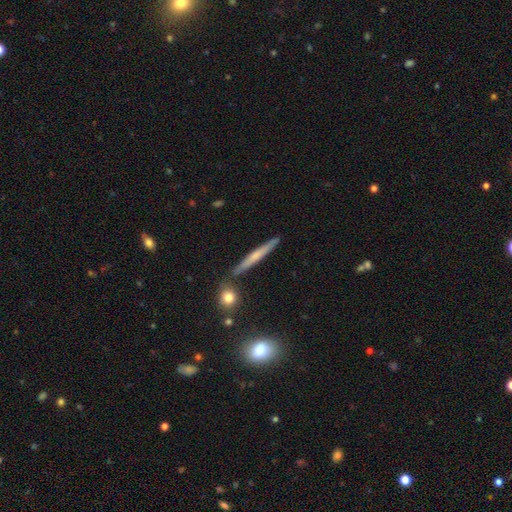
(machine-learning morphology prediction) Smooth or featured?
  - featured or disk: 48% *
  - smooth: 45%
  - star or artifact: 7%
Merging?
  - none: 86% *
  - minor disturbance: 8%
  - merger: 3%
  - major disturbance: 2%